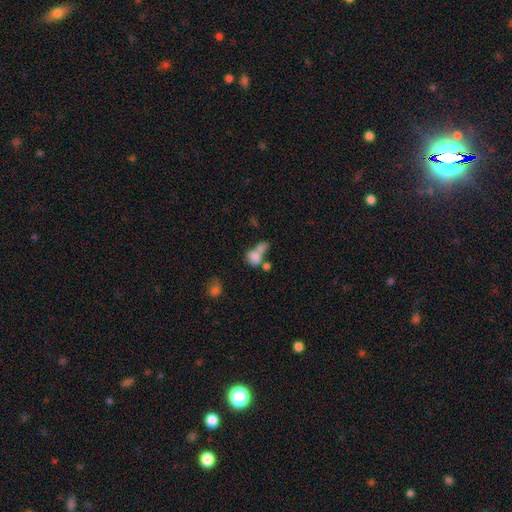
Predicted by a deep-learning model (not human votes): Morphology: type=smooth (74%); roundness=in between (52%); merging=merger (59%).